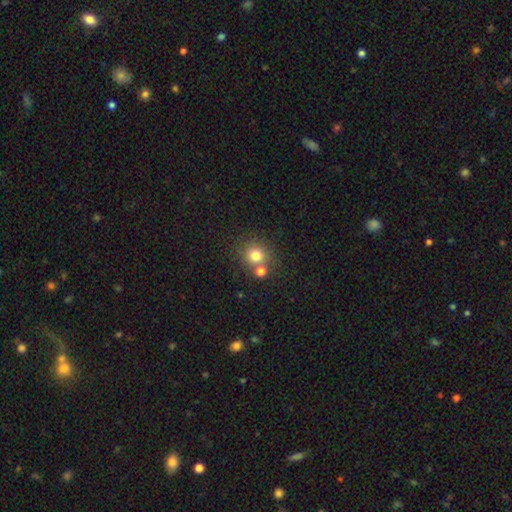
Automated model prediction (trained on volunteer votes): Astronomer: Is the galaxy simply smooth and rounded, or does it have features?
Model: smooth — 77%.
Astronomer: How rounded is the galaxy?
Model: round — 87%.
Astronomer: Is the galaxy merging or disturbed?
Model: none — 65%.